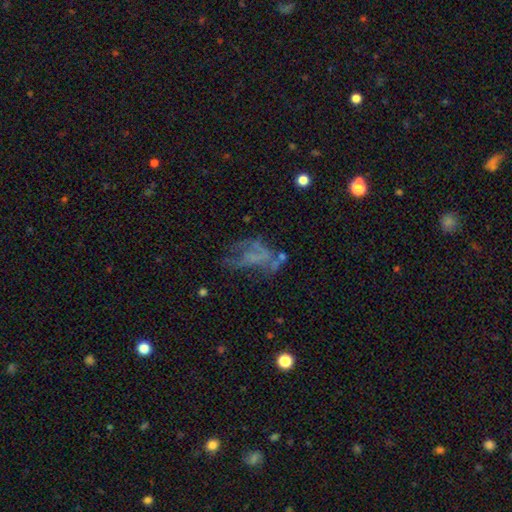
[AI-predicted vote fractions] A featured or disk galaxy (51%). Merging: major disturbance (43%).